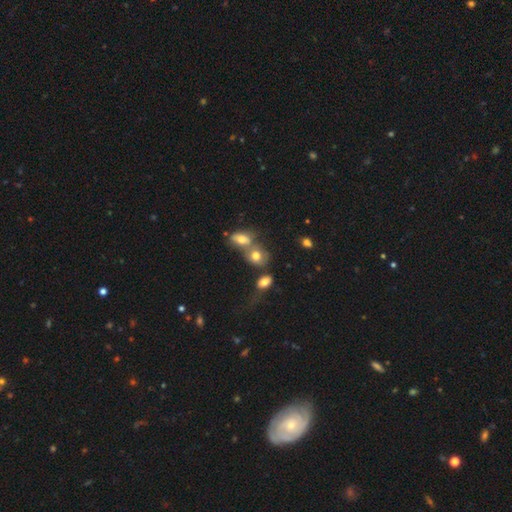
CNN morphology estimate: Overall: smooth (71%). How rounded: in between (59%; round 39%). Merging: merger (58%; none 25%).